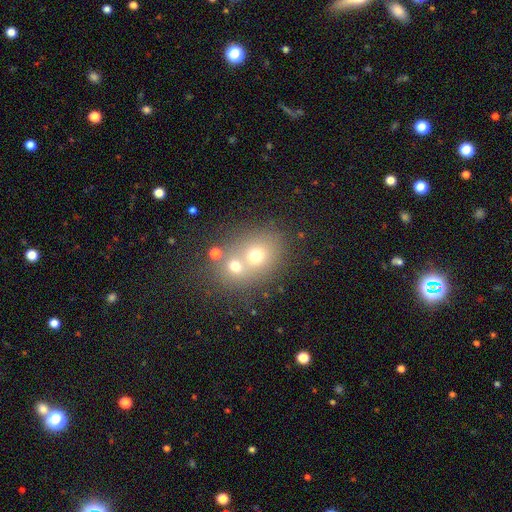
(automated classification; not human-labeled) Smooth or featured? smooth (62%)
How rounded? round (65%)
Merging? merger (57%)